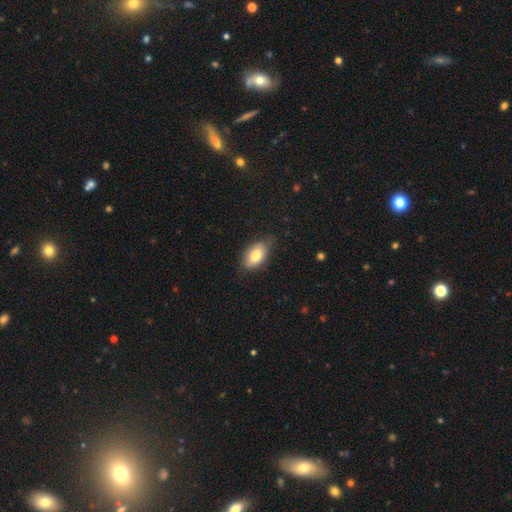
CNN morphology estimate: type=smooth (78%); roundness=in between (91%); merging=none (70%).